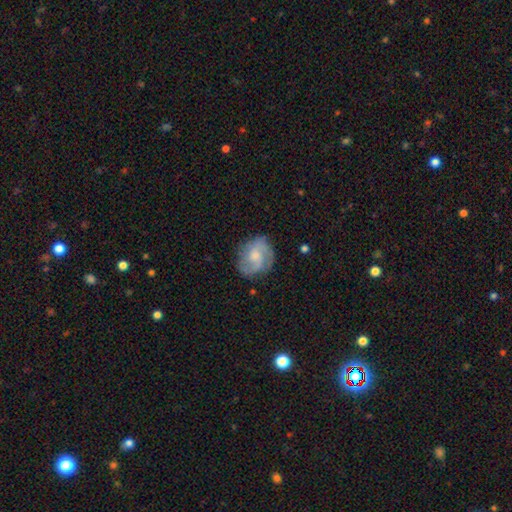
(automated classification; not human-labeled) A featured or disk galaxy (62%) with no bar (60%), 2 (57%) medium (46%) spiral arms (87%) and a moderate central bulge (47%).

Vote fractions:
- Smooth or featured? featured or disk: 62% / smooth: 31% / star or artifact: 7%
- Edge-on disk? no: 97% / yes: 3%
- Bar? no: 60% / weak: 34% / strong: 5%
- Spiral arms? yes: 87% / no: 13%
- Spiral winding? medium: 46% / tight: 31% / loose: 22%
- Spiral arm count? 2: 57% / can't tell: 19% / 3: 13% / 1: 5% / 4: 3% / more than 4: 2%
- Bulge size? moderate: 47% / small: 28% / none: 12% / large: 11% / dominant: 2%
- Merging? none: 70% / minor disturbance: 20% / major disturbance: 8% / merger: 2%